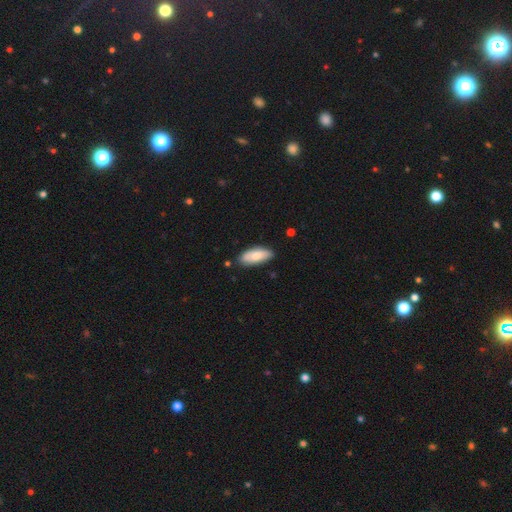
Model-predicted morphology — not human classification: Smooth or featured: smooth — 79% (featured or disk — 15%)
How rounded: in between — 81% (cigar-shaped — 17%)
Merging: none — 81% (minor disturbance — 15%)